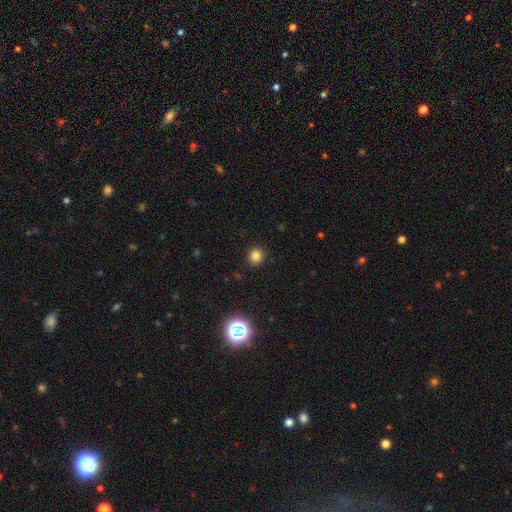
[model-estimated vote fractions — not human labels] Smooth or featured? Predicted: smooth (p=0.81). How rounded? Predicted: round (p=0.88). Merging? Predicted: none (p=0.91).